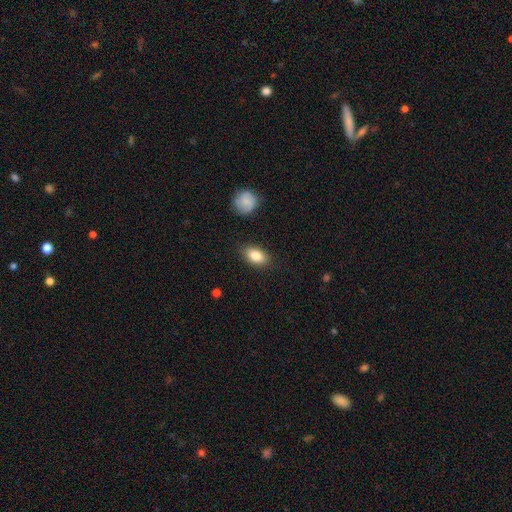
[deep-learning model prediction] Smooth or featured: smooth — 85% (featured or disk — 8%)
How rounded: in between — 87% (round — 10%)
Merging: none — 85% (minor disturbance — 11%)